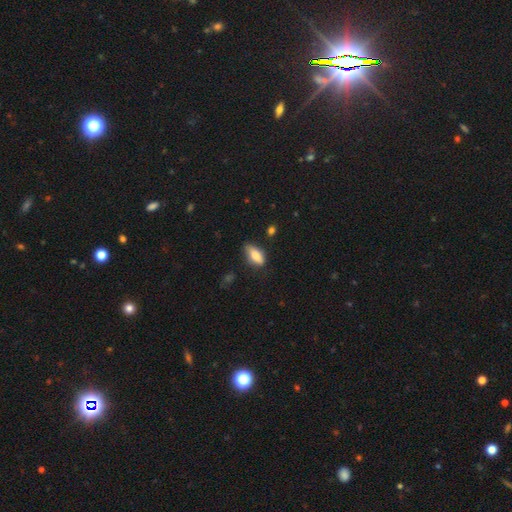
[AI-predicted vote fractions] Smooth or featured?
  - smooth: 75% *
  - featured or disk: 18%
  - star or artifact: 7%
How rounded?
  - in between: 84% *
  - cigar-shaped: 13%
  - round: 3%
Merging?
  - none: 67% *
  - minor disturbance: 26%
  - major disturbance: 5%
  - merger: 2%